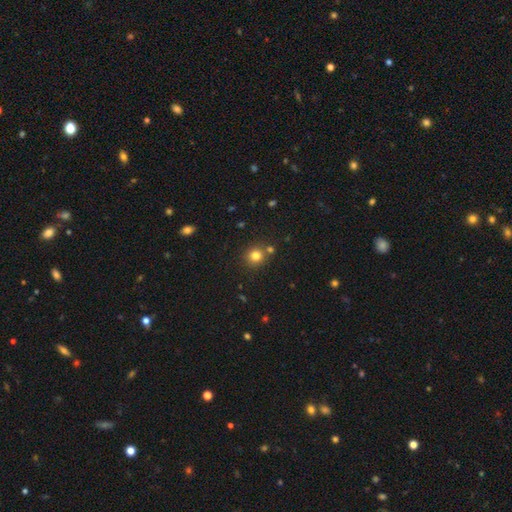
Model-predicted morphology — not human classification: Smooth or featured? Predicted: smooth (p=0.80). How rounded? Predicted: round (p=0.90). Merging? Predicted: none (p=0.78).